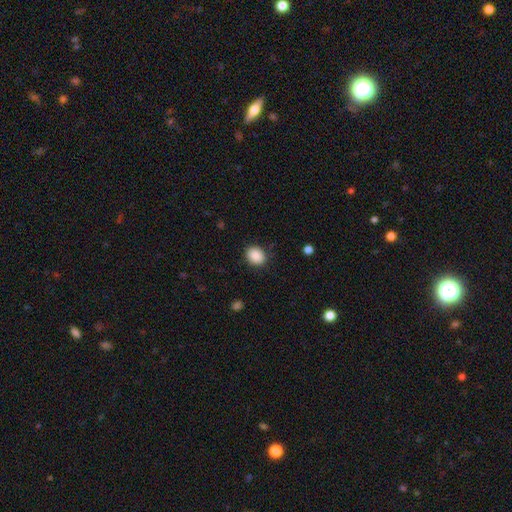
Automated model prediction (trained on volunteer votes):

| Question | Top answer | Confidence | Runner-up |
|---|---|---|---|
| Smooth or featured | smooth | 89% | star or artifact (8%) |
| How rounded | round | 54% | in between (45%) |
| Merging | none | 87% | minor disturbance (9%) |